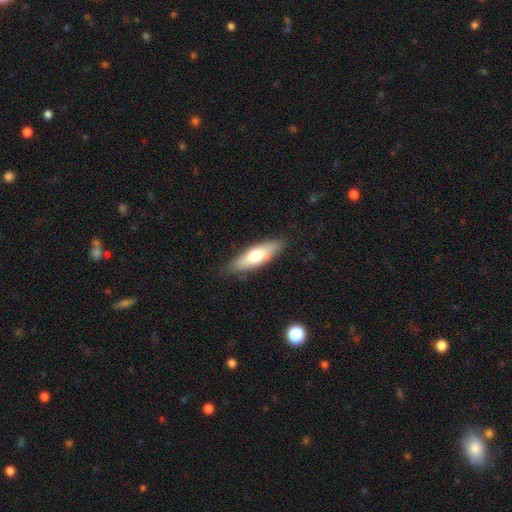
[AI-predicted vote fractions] Smooth or featured: smooth — 64% (featured or disk — 30%)
How rounded: in between — 50% (cigar-shaped — 48%)
Merging: none — 84% (minor disturbance — 13%)